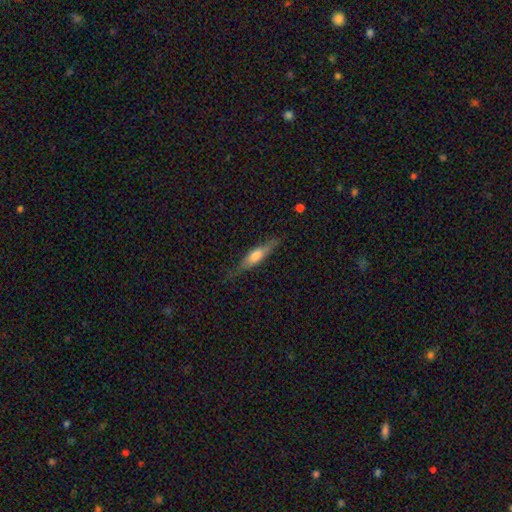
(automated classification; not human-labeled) smooth 48%, featured or disk 46%, star or artifact 6%. Down the decision tree: merging — none (77%).